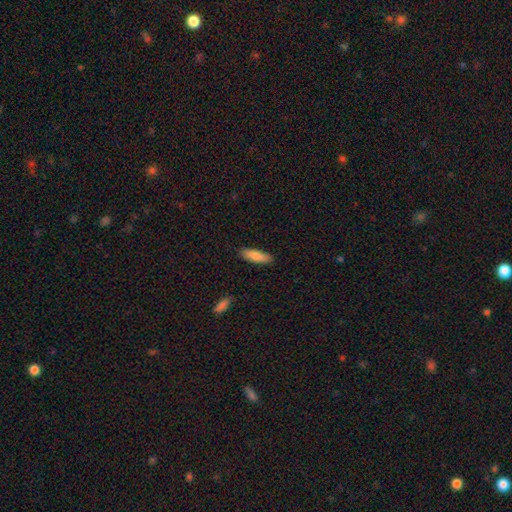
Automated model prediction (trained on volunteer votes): Q: Smooth or featured?
A: smooth (83%); runner-up: featured or disk (11%)
Q: How rounded?
A: cigar-shaped (50%); runner-up: in between (48%)
Q: Merging?
A: none (87%); runner-up: minor disturbance (10%)